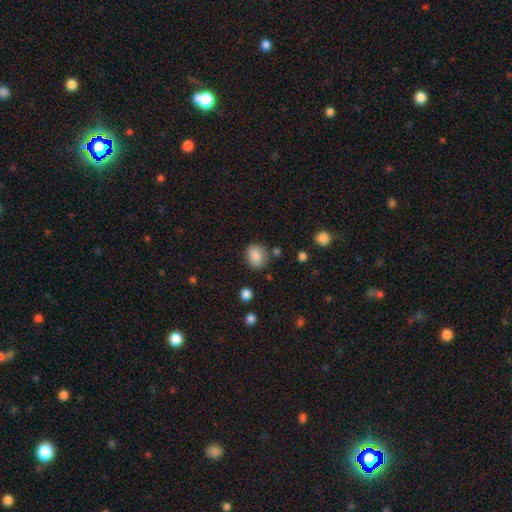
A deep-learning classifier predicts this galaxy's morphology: Smooth or featured: smooth — 85% (star or artifact — 9%)
How rounded: round — 54% (in between — 45%)
Merging: none — 75% (minor disturbance — 16%)